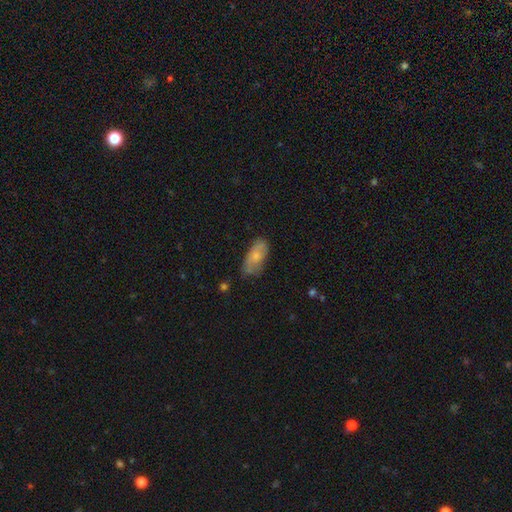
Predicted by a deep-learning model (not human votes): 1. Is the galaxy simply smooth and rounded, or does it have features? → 70% smooth, 23% featured or disk, 7% star or artifact.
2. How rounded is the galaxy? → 86% in between, 11% cigar-shaped, 3% round.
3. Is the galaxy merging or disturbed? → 58% none, 31% minor disturbance, 9% major disturbance, 2% merger.